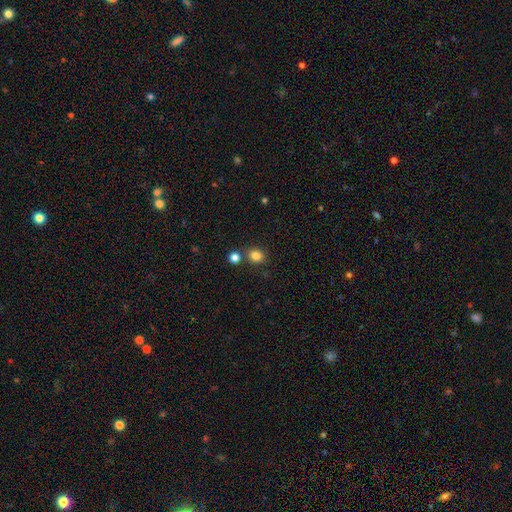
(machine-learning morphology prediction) smooth-or-featured: smooth: 83% | star or artifact: 12% | featured or disk: 5%
  how-rounded: round: 66% | in between: 33% | cigar-shaped: 1%
  merging: none: 74% | merger: 15% | minor disturbance: 9% | major disturbance: 3%